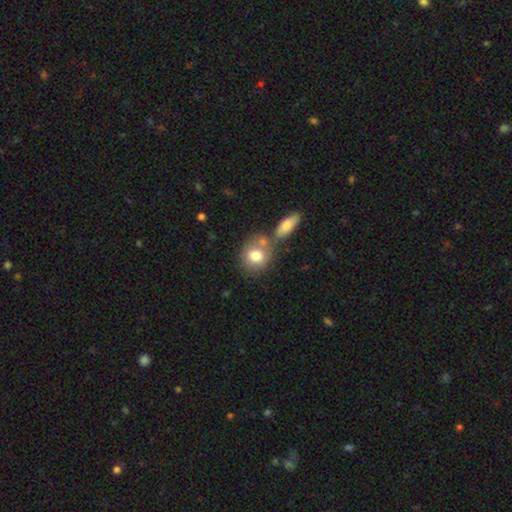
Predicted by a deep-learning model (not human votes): smooth_or_featured: smooth (p=0.78) [alt: featured or disk p=0.15]
how_rounded: round (p=0.69) [alt: in between p=0.29]
merging: none (p=0.47) [alt: merger p=0.38]